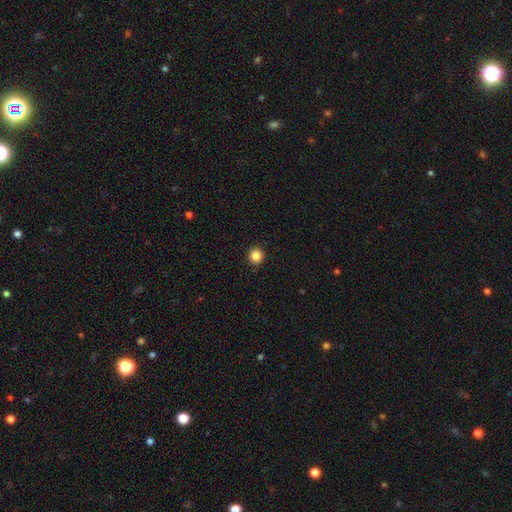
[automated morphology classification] smooth_or_featured: smooth (p=0.85) [alt: star or artifact p=0.11]
how_rounded: round (p=0.95) [alt: in between p=0.04]
merging: none (p=0.93) [alt: minor disturbance p=0.05]